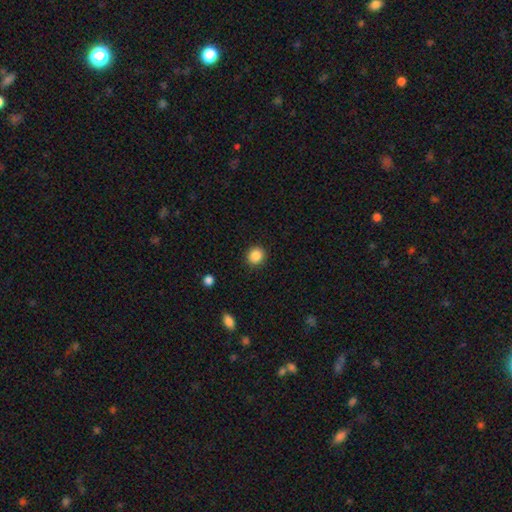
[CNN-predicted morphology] type=smooth (88%); roundness=round (84%); merging=none (90%).